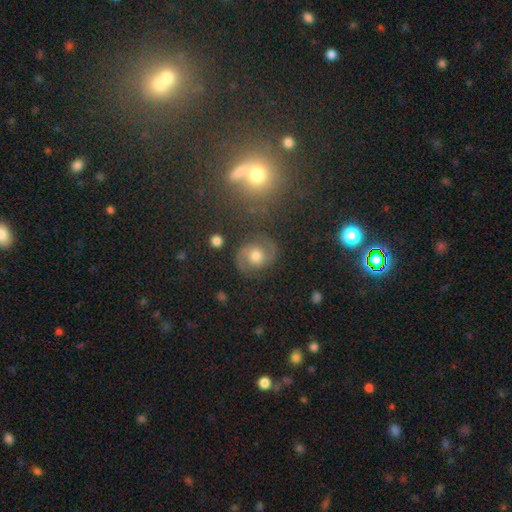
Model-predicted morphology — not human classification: smooth-or-featured: featured or disk: 72% | smooth: 16% | star or artifact: 12%
  disk-edge-on: no: 98% | yes: 2%
    bar: no: 66% | weak: 28% | strong: 6%
    has-spiral-arms: yes: 92% | no: 8%
      spiral-winding: medium: 57% | tight: 25% | loose: 18%
      spiral-arm-count: 2: 93% | can't tell: 3% | 1: 1% | 3: 1% | 4: 1% | more than 4: 1%
    bulge-size: moderate: 66% | large: 19% | small: 10% | none: 2% | dominant: 2%
  merging: none: 82% | minor disturbance: 12% | major disturbance: 4% | merger: 2%